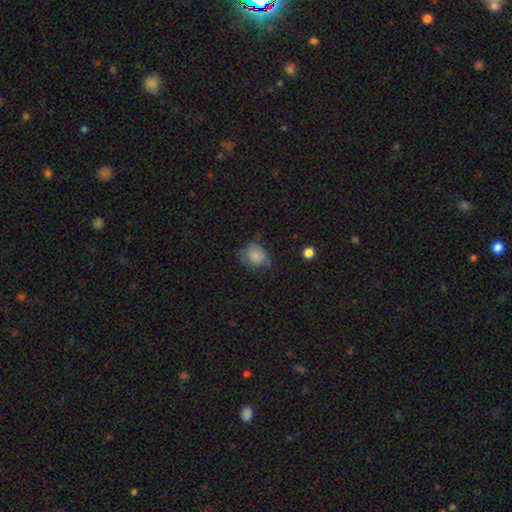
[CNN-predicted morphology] smooth 81%, featured or disk 10%, star or artifact 9%. Down the decision tree: how rounded — round (65%); merging — none (51%).